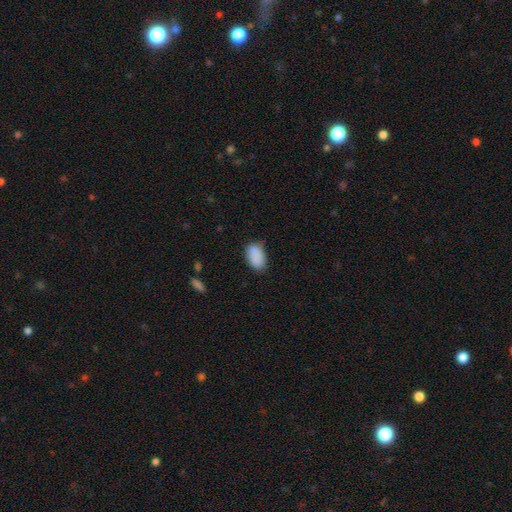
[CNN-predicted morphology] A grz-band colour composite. It shows a smooth galaxy with no disk features (88%) that is in between round and cigar-shaped (93%). Merging: none (72%).